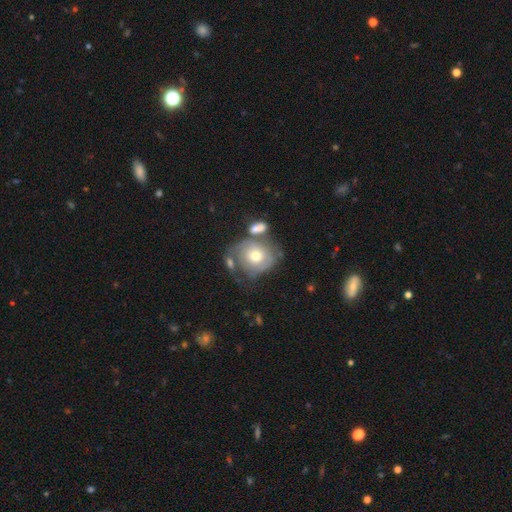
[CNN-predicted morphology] Smooth or featured: smooth — 46% (tied with featured or disk — 46%)
Merging: none — 40% (merger — 24%)